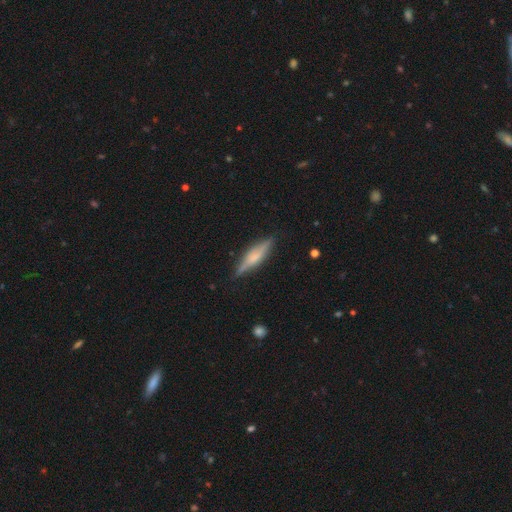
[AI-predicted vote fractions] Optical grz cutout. It shows a featured or disk galaxy (57%) viewed edge-on (95%) with a rounded central bulge (66%). Merging: none (85%).